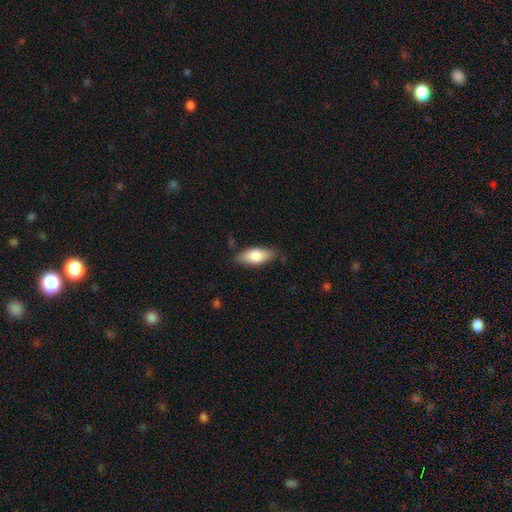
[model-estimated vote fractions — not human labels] A smooth galaxy with no disk features (77%) that is in between round and cigar-shaped (83%). Merging: none (78%).